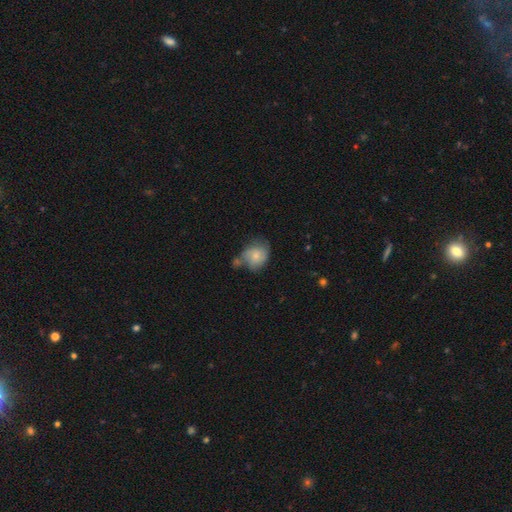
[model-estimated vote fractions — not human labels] This appears to be a smooth galaxy with no disk features (64%) that is round (56%). Merging: none (40%).